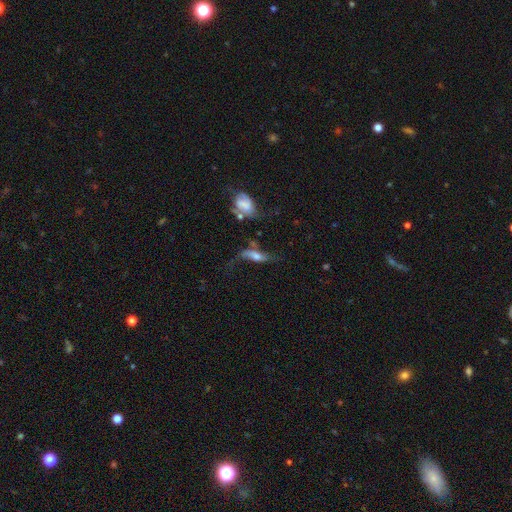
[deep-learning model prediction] A featured or disk galaxy (53%). Merging: none (34%).